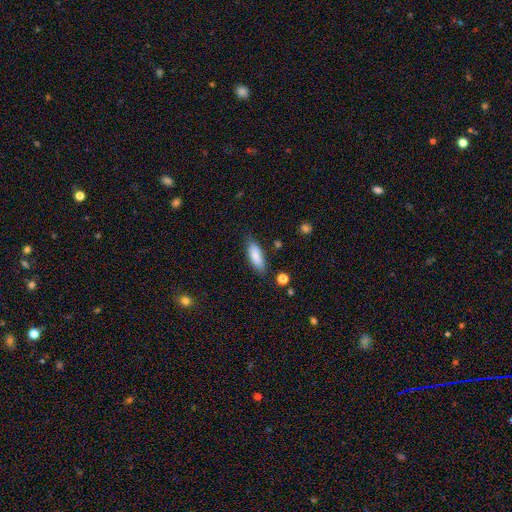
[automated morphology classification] This is clearly a smooth galaxy (85%). How rounded: likely in between (60%). Merging: clearly none (81%).